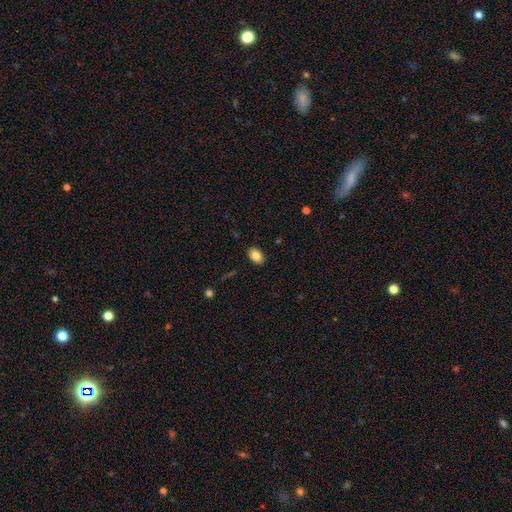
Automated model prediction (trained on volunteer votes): The model was most divided on "how rounded": in between: 81%, round: 18%, cigar-shaped: 1%. More confident: merging — none (89%); smooth or featured — smooth (83%).